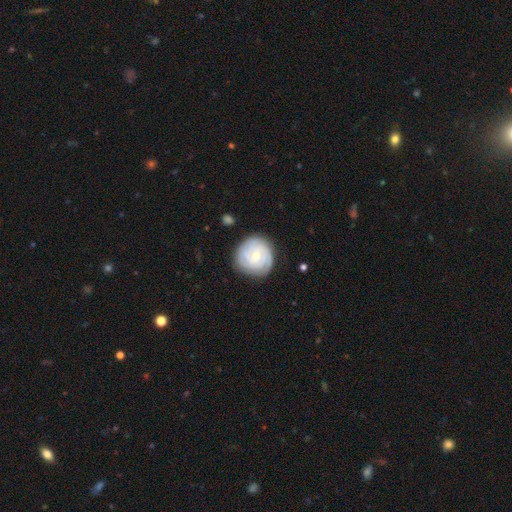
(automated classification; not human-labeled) This is likely a featured or disk galaxy (70%). It is clearly not viewed edge-on (98%). Bar: likely no (70%). Spiral arm pattern: clearly yes (92%). Spiral arm count: marginally can't tell (37%). Spiral winding: likely tight (76%). Central bulge: possibly small (59%). Merging: clearly none (81%).